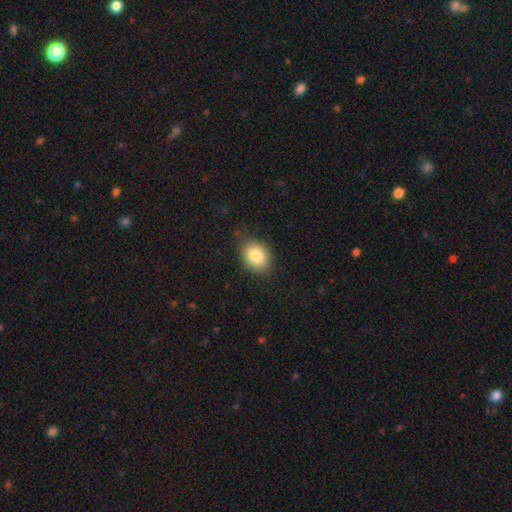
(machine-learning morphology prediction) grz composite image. It shows a smooth galaxy with no disk features (83%) that is in between round and cigar-shaped (52%). Merging: none (81%).